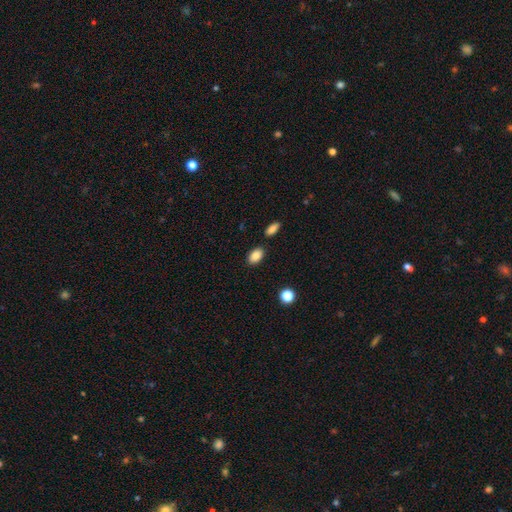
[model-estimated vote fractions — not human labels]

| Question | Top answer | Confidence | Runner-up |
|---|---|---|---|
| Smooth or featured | smooth | 88% | star or artifact (8%) |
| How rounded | in between | 88% | round (10%) |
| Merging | none | 83% | minor disturbance (10%) |